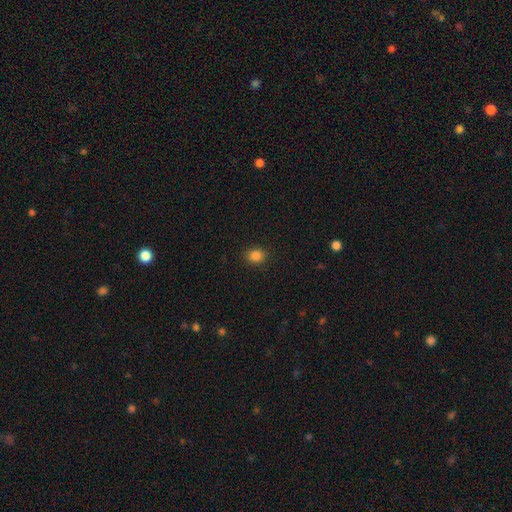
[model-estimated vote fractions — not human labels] Smooth or featured: smooth — 85% (star or artifact — 12%)
How rounded: round — 56% (in between — 43%)
Merging: none — 89% (minor disturbance — 8%)